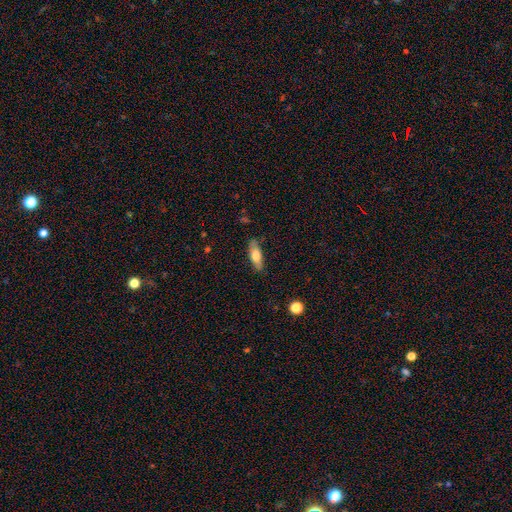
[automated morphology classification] A smooth galaxy with no disk features (68%) that is in between round and cigar-shaped (55%).

Vote fractions:
- Smooth or featured? smooth: 68% / featured or disk: 26% / star or artifact: 6%
- How rounded? in between: 55% / cigar-shaped: 42% / round: 2%
- Merging? none: 81% / minor disturbance: 15% / major disturbance: 3% / merger: 2%